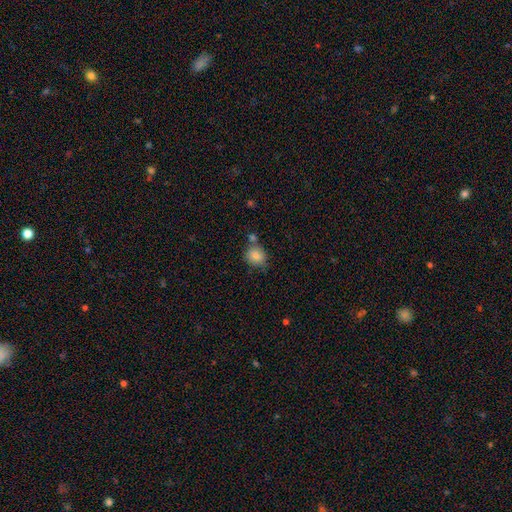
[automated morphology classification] Smooth or featured? smooth (83%)
How rounded? round (76%)
Merging? none (66%)